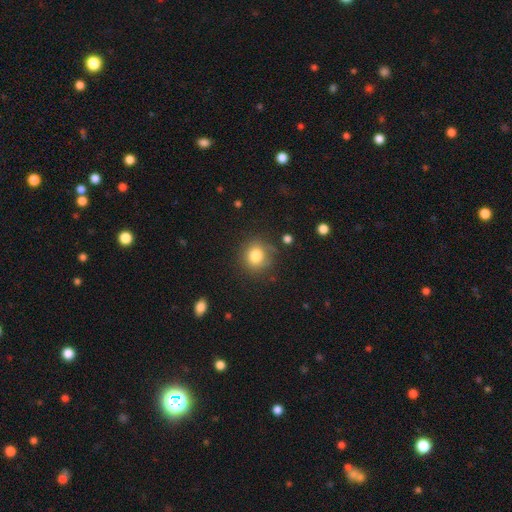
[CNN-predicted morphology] Smooth or featured?
  - smooth: 81% *
  - star or artifact: 11%
  - featured or disk: 8%
How rounded?
  - round: 87% *
  - in between: 12%
  - cigar-shaped: 1%
Merging?
  - none: 80% *
  - minor disturbance: 14%
  - major disturbance: 4%
  - merger: 2%